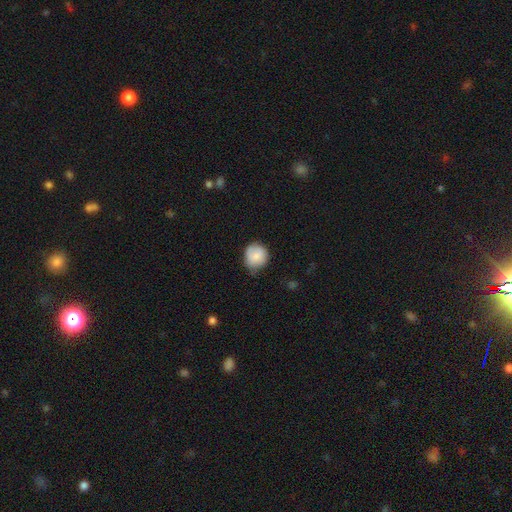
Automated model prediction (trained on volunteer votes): Smooth or featured? smooth (82%)
How rounded? round (86%)
Merging? none (64%)